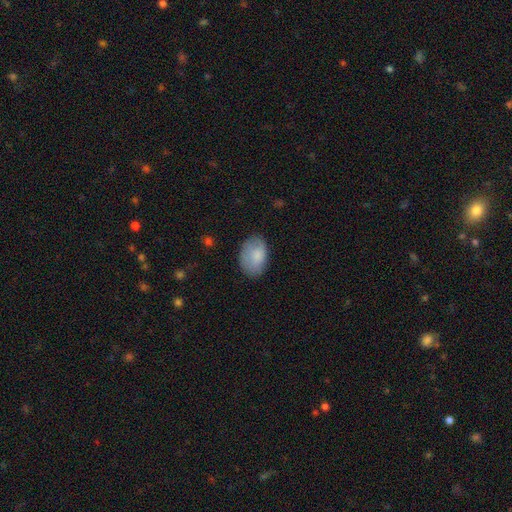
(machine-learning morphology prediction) smooth-or-featured: smooth: 82% | featured or disk: 11% | star or artifact: 6%
  how-rounded: in between: 87% | round: 12% | cigar-shaped: 1%
  merging: none: 76% | minor disturbance: 19% | major disturbance: 5% | merger: 1%